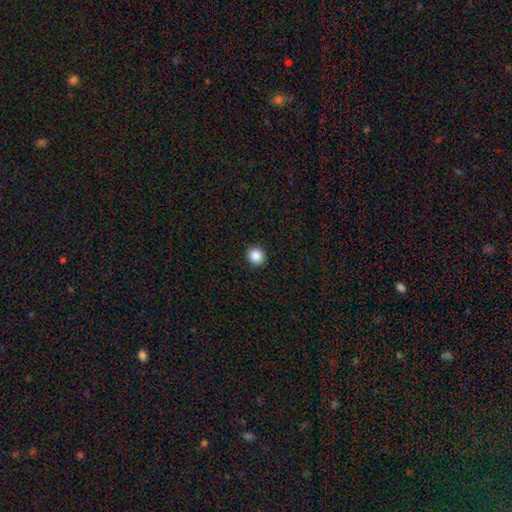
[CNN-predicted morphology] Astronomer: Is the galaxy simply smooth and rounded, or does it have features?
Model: smooth — 88%.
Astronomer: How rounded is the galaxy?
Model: round — 87%.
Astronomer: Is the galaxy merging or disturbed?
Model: none — 92%.